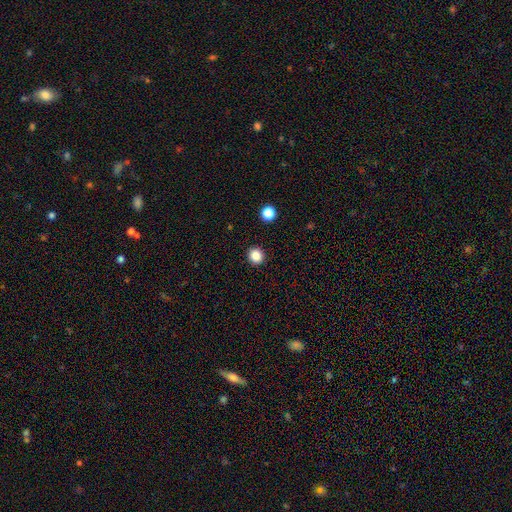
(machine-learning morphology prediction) A smooth galaxy with no disk features (85%) that is round (89%).

Vote fractions:
- Smooth or featured? smooth: 85% / star or artifact: 12% / featured or disk: 3%
- How rounded? round: 89% / in between: 10% / cigar-shaped: 1%
- Merging? none: 92% / minor disturbance: 5% / major disturbance: 2% / merger: 1%